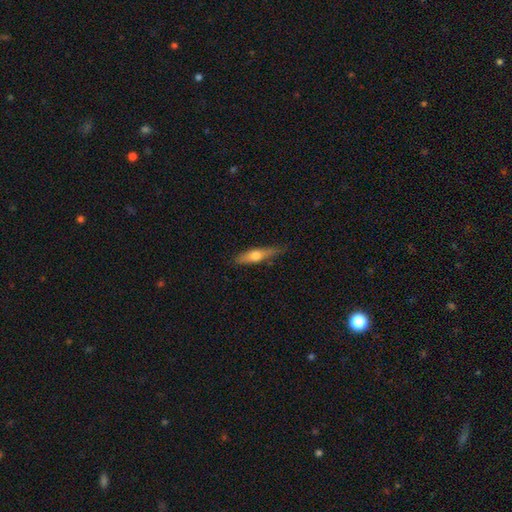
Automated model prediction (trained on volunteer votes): A smooth galaxy with no disk features (52%) that is cigar-shaped (71%). Merging: none (73%).